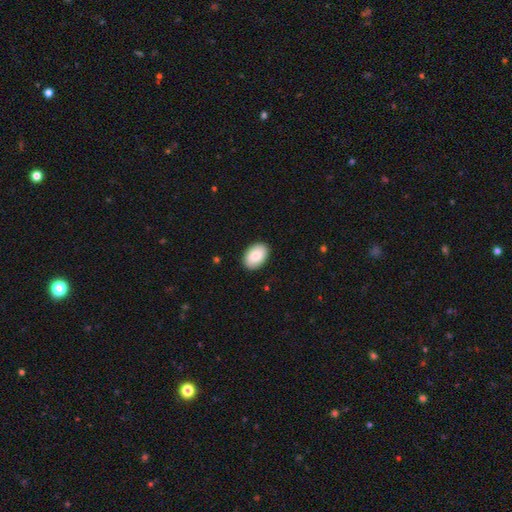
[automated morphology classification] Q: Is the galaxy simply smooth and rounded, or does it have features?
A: smooth — 85%.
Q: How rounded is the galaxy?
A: in between — 88%.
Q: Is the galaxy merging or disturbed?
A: none — 90%.